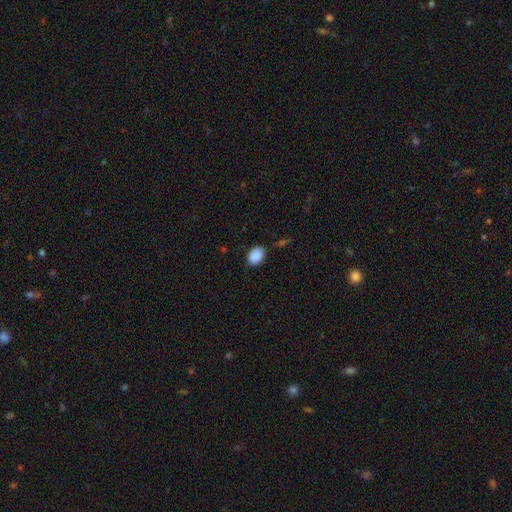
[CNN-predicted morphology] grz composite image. It shows a smooth galaxy with no disk features (89%) that is in between round and cigar-shaped (73%). Merging: none (78%).